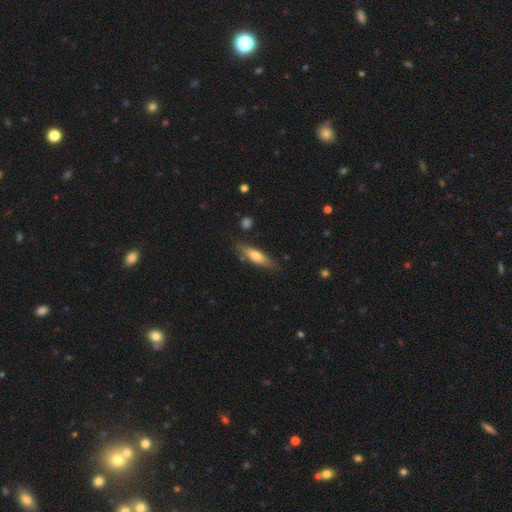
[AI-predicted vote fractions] smooth-or-featured: smooth: 61% | featured or disk: 33% | star or artifact: 6%
  how-rounded: cigar-shaped: 61% | in between: 36% | round: 2%
  merging: none: 78% | minor disturbance: 15% | major disturbance: 3% | merger: 3%